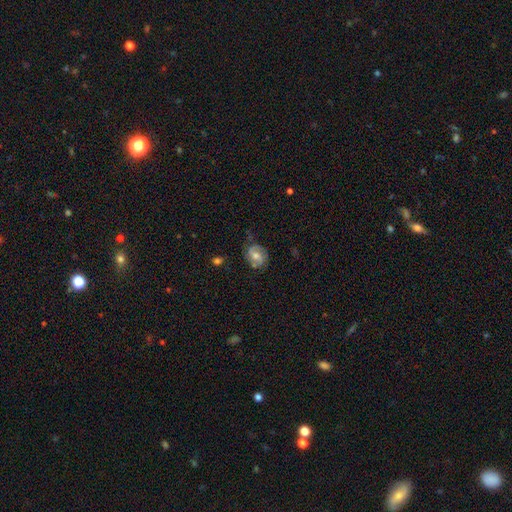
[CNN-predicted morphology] Smooth or featured?
  - featured or disk: 58% *
  - smooth: 33%
  - star or artifact: 9%
Edge-on disk?
  - no: 97% *
  - yes: 3%
Bar?
  - weak: 44% *
  - no: 41%
  - strong: 15%
Spiral arms?
  - yes: 82% *
  - no: 18%
Bulge size?
  - moderate: 64% *
  - small: 27%
  - large: 6%
  - none: 3%
  - dominant: 1%
Merging?
  - none: 69% *
  - minor disturbance: 22%
  - major disturbance: 7%
  - merger: 2%